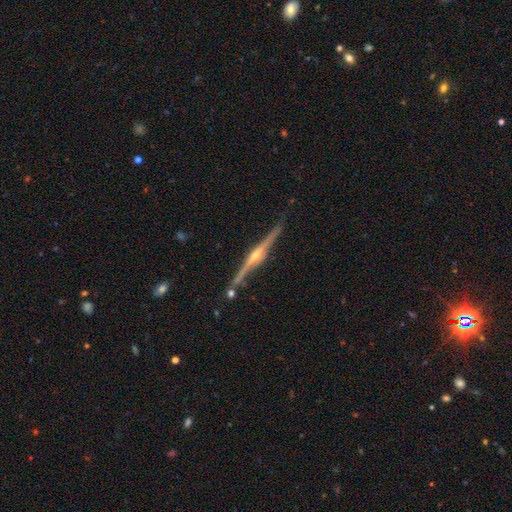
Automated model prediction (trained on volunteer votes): Smooth or featured?
  - featured or disk: 88% *
  - smooth: 7%
  - star or artifact: 5%
Edge-on disk?
  - yes: 98% *
  - no: 2%
Edge-on bulge?
  - rounded: 91% *
  - boxy: 5%
  - none: 4%
Merging?
  - none: 84% *
  - minor disturbance: 10%
  - merger: 3%
  - major disturbance: 2%